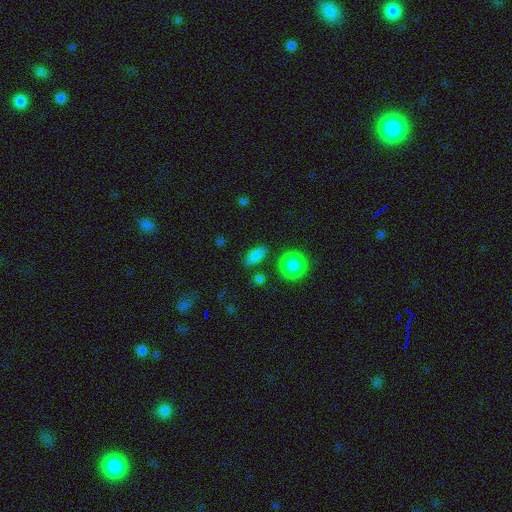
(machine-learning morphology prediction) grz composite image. It shows a smooth galaxy with no disk features (85%) that is in between round and cigar-shaped (82%). Merging: none (82%).